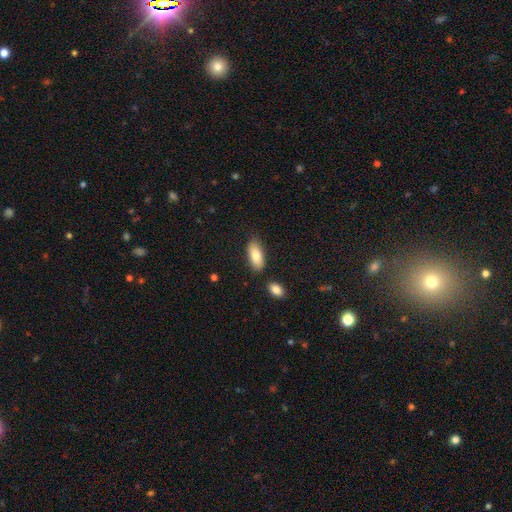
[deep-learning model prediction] A smooth galaxy with no disk features (83%) that is in between round and cigar-shaped (85%).

Vote fractions:
- Smooth or featured? smooth: 83% / featured or disk: 11% / star or artifact: 6%
- How rounded? in between: 85% / cigar-shaped: 12% / round: 2%
- Merging? none: 81% / minor disturbance: 12% / merger: 5% / major disturbance: 3%